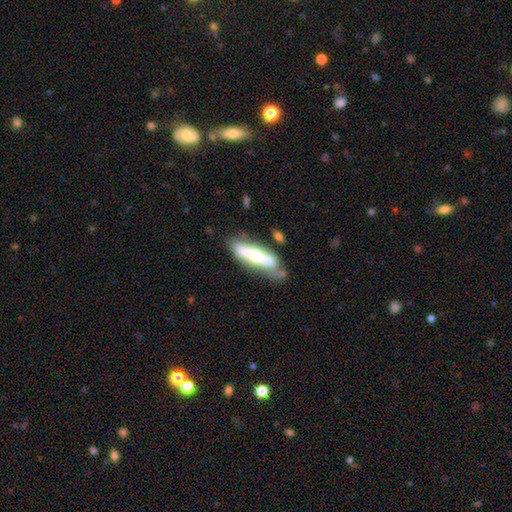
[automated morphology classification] smooth-or-featured: featured or disk: 53% | smooth: 41% | star or artifact: 6%
  disk-edge-on: no: 62% | yes: 38%
  merging: none: 44% | minor disturbance: 23% | merger: 21% | major disturbance: 12%